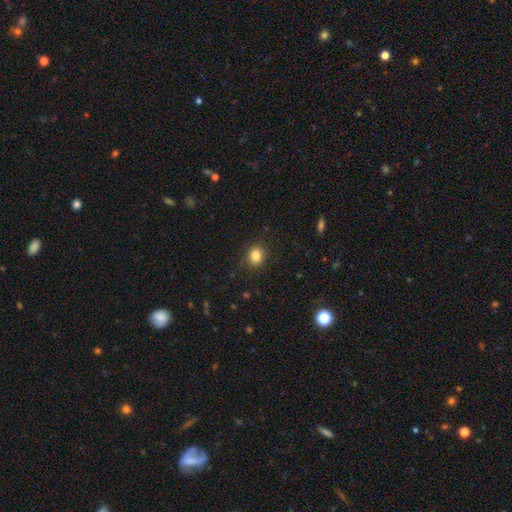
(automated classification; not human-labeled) smooth 84%, star or artifact 11%, featured or disk 5%. Down the decision tree: how rounded — round (58%); merging — none (87%).